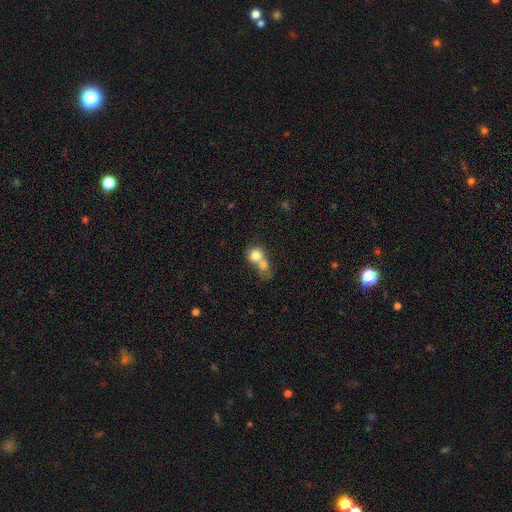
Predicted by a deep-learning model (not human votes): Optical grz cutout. It shows a smooth galaxy with no disk features (74%) that is round (75%). Merging: merger (71%).